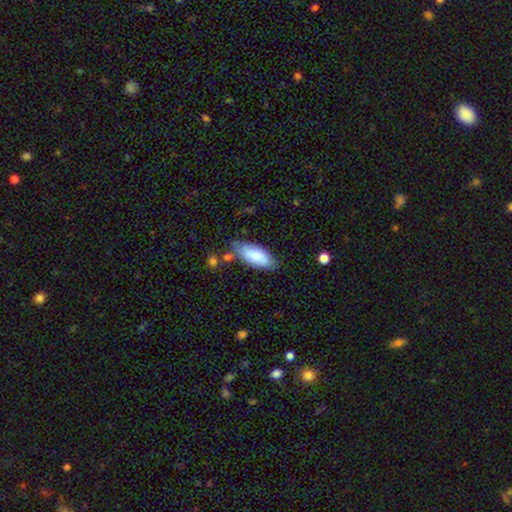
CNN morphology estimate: smooth_or_featured: smooth (p=0.81) [alt: featured or disk p=0.12]
how_rounded: in between (p=0.84) [alt: cigar-shaped p=0.14]
merging: none (p=0.67) [alt: minor disturbance p=0.23]